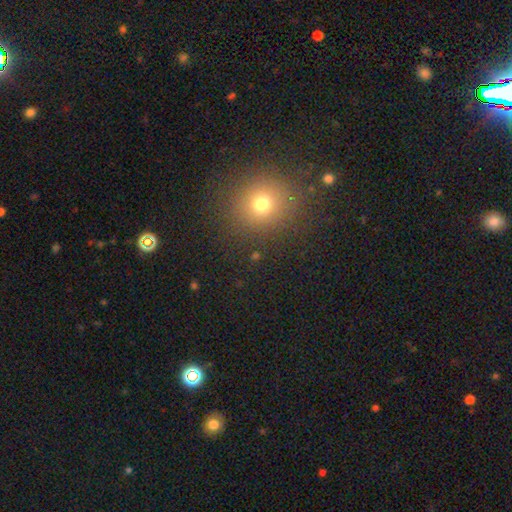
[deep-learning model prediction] This appears to be a smooth galaxy with no disk features (61%) that is round (84%). Merging: none (87%).